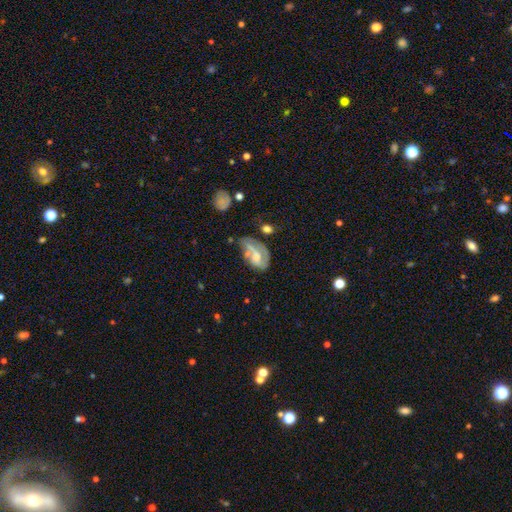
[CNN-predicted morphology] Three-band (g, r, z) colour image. It shows a featured or disk galaxy (54%) with no bar (63%), spiral arms (61%) and a moderate central bulge (35%). Merging: major disturbance (31%).